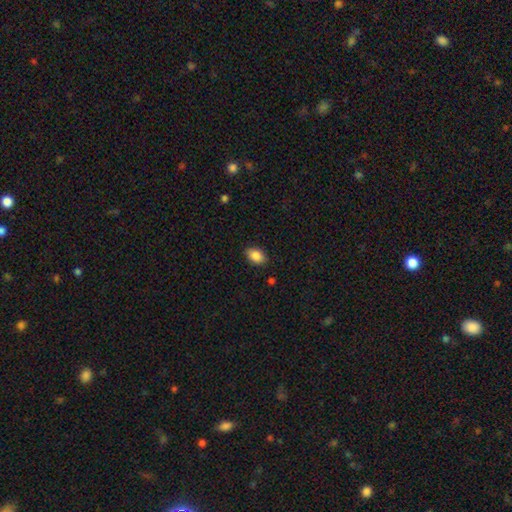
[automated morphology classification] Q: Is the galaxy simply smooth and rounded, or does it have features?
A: smooth — 87%.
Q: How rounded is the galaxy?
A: in between — 85%.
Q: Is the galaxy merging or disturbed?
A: none — 86%.